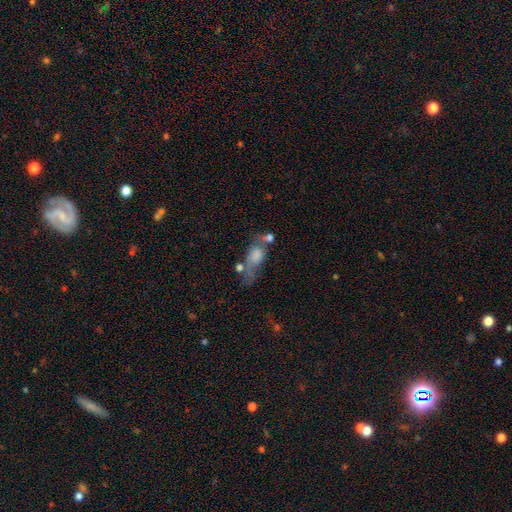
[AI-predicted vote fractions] Smooth or featured? smooth (61%)
How rounded? in between (72%)
Merging? merger (32%)